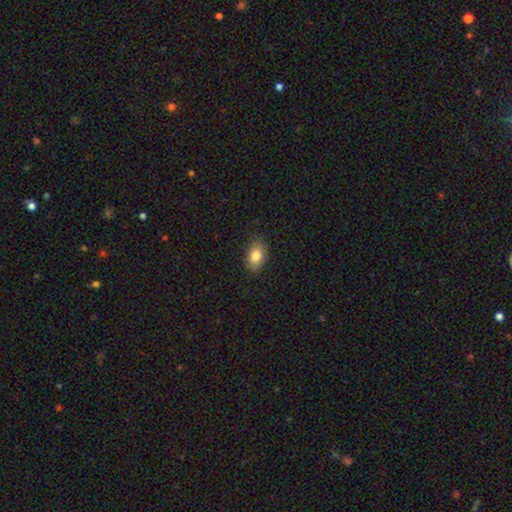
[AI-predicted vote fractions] Q: Smooth or featured?
A: smooth (83%); runner-up: featured or disk (9%)
Q: How rounded?
A: in between (88%); runner-up: round (10%)
Q: Merging?
A: none (83%); runner-up: minor disturbance (13%)